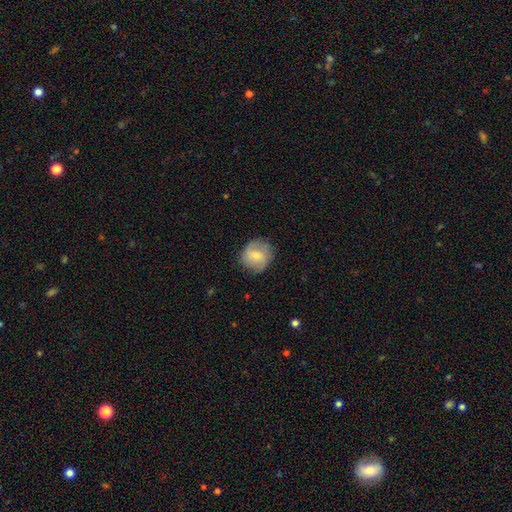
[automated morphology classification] smooth-or-featured: smooth: 60% | featured or disk: 33% | star or artifact: 7%
  how-rounded: round: 83% | in between: 16% | cigar-shaped: 1%
  merging: none: 77% | minor disturbance: 17% | major disturbance: 5% | merger: 1%